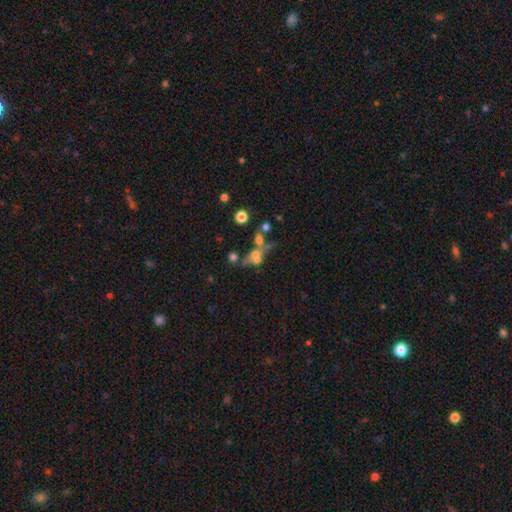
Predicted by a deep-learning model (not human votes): Smooth or featured? smooth (42%)
Merging? merger (48%)